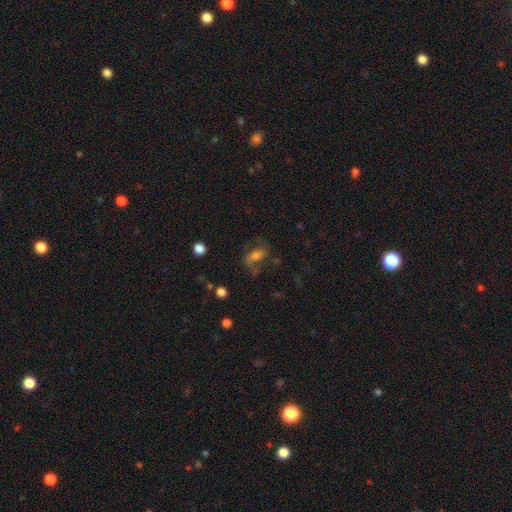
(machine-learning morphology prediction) Overall: featured or disk (47%; smooth 40%). Merging: none (53%; minor disturbance 21%).